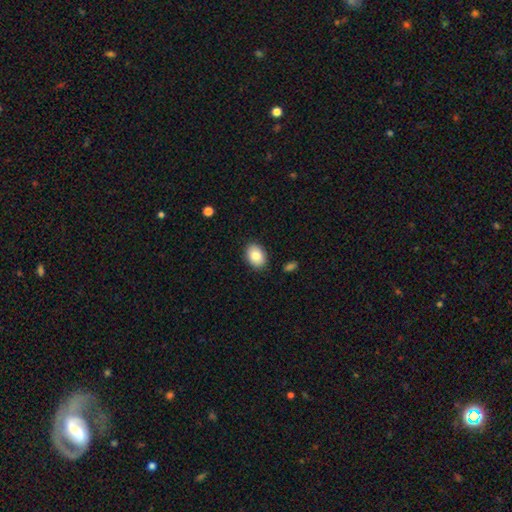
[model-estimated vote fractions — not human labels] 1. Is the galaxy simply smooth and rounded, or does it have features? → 85% smooth, 8% featured or disk, 7% star or artifact.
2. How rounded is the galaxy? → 82% in between, 17% round, 1% cigar-shaped.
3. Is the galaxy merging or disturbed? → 88% none, 9% minor disturbance, 2% major disturbance, 1% merger.